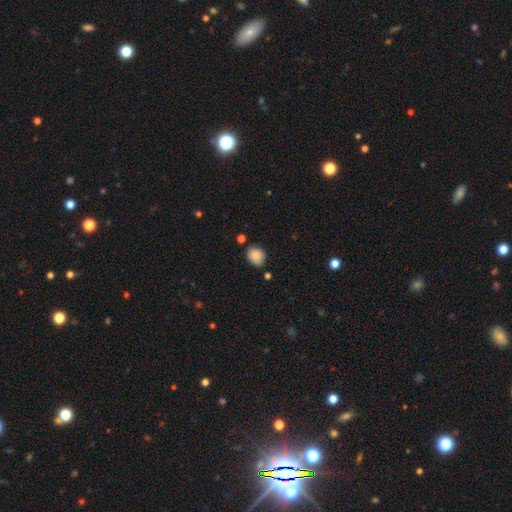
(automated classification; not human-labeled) Morphology: type=smooth (87%); roundness=round (60%); merging=none (73%).